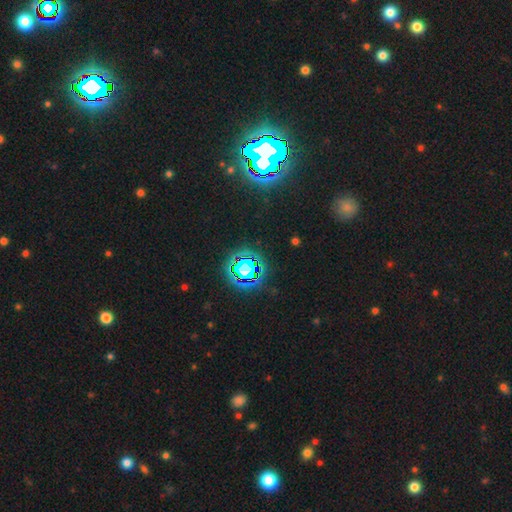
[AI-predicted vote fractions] Smooth or featured? star or artifact (83%)